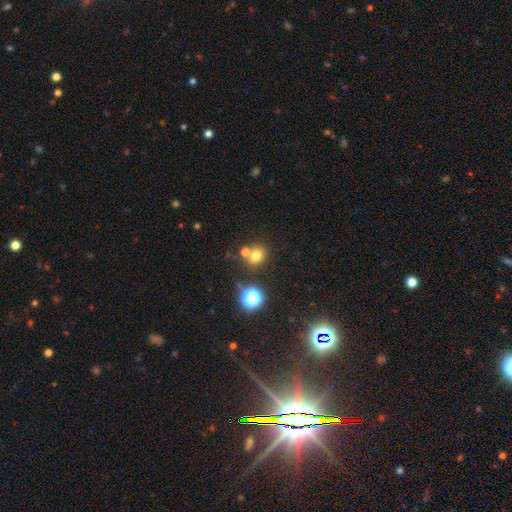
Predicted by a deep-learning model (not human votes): Morphology: type=smooth (73%); roundness=round (71%); merging=none (62%).